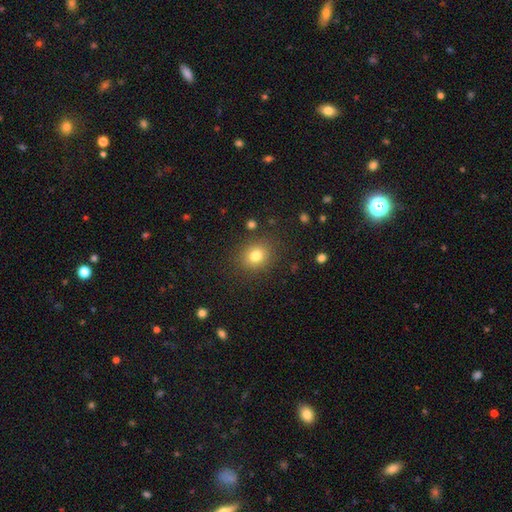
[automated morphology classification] Overall: smooth (79%). How rounded: round (75%). Merging: none (86%).